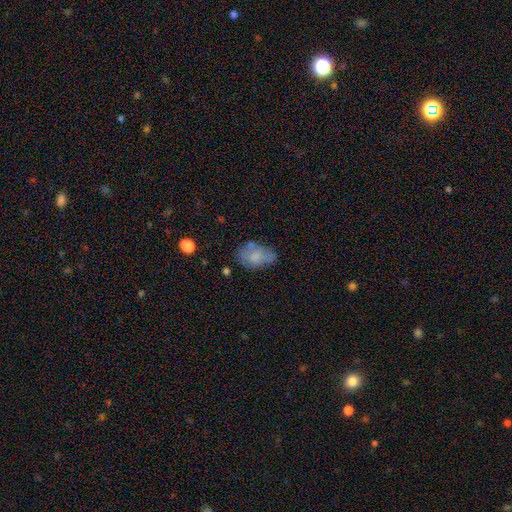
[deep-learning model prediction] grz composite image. It shows a smooth galaxy with no disk features (63%) that is in between round and cigar-shaped (88%). Merging: none (53%).